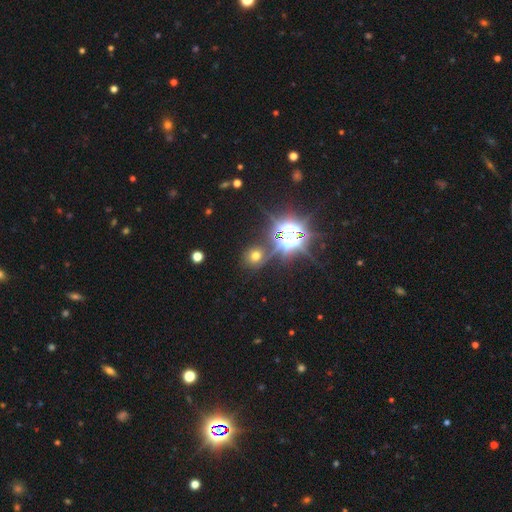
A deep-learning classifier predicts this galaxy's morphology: A smooth galaxy with no disk features (50%). Merging: none (78%).